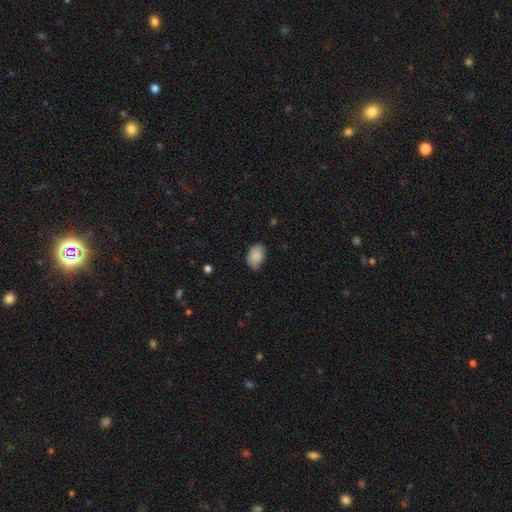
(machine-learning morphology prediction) Smooth or featured? smooth (83%)
How rounded? in between (84%)
Merging? none (62%)